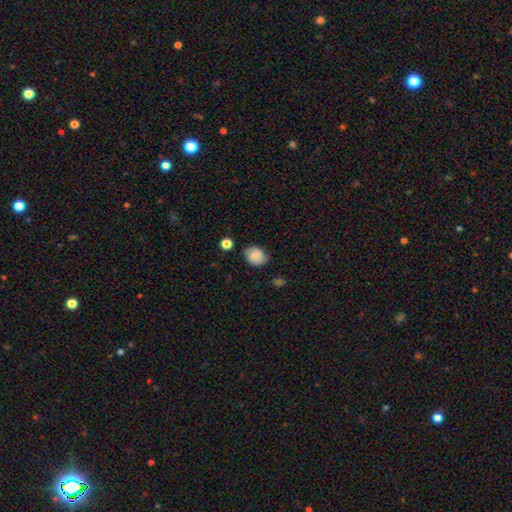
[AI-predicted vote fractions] Q: Smooth or featured?
A: smooth (77%); runner-up: featured or disk (14%)
Q: How rounded?
A: round (53%); runner-up: in between (46%)
Q: Merging?
A: none (76%); runner-up: minor disturbance (18%)